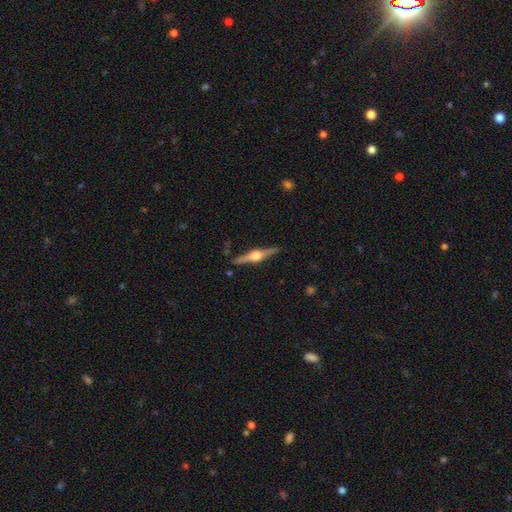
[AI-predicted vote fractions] Q: Smooth or featured?
A: featured or disk (82%); runner-up: smooth (13%)
Q: Edge-on disk?
A: yes (98%); runner-up: no (2%)
Q: Edge-on bulge?
A: rounded (95%); runner-up: boxy (4%)
Q: Merging?
A: none (89%); runner-up: minor disturbance (8%)